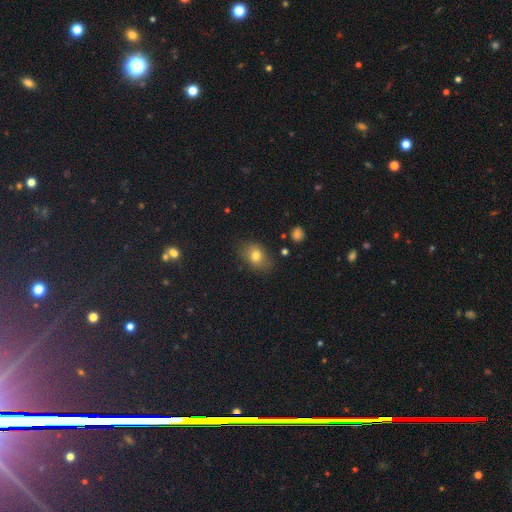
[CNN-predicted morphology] type=smooth (75%); roundness=in between (75%); merging=none (79%).